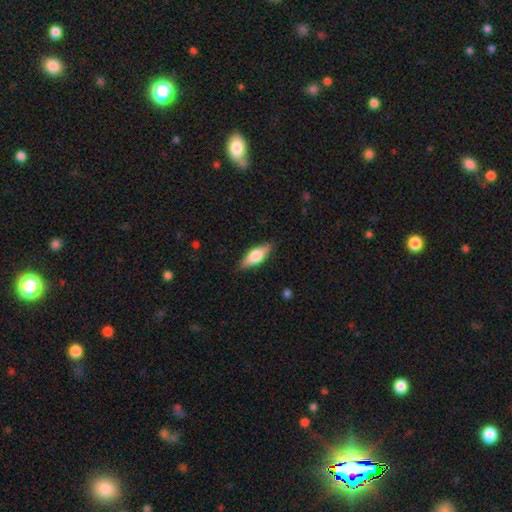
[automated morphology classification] The model was most divided on "smooth or featured": smooth: 56%, featured or disk: 38%, star or artifact: 6%. More confident: merging — none (86%); how rounded — in between (65%).